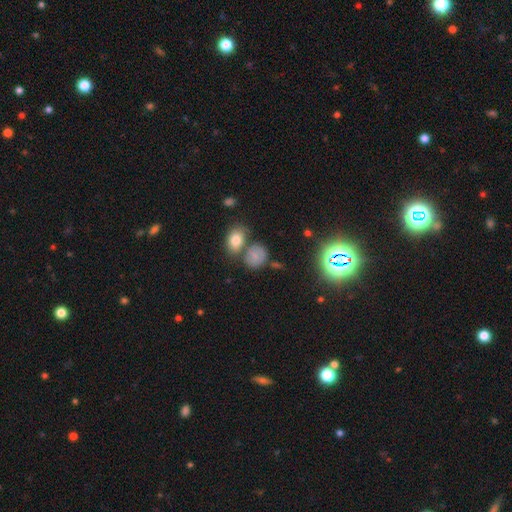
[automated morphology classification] Overall: smooth (63%). How rounded: round (68%; in between 31%). Merging: none (60%).